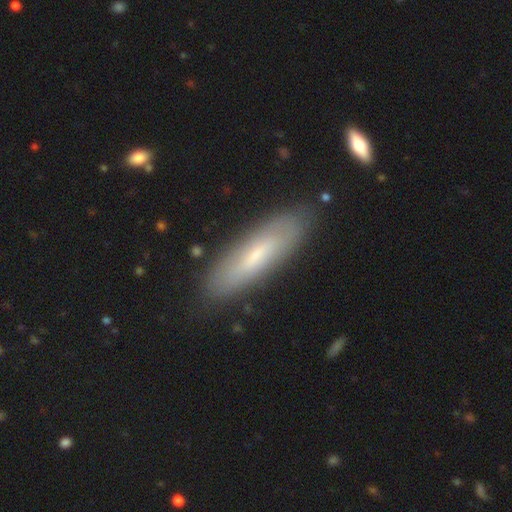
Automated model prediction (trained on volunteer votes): A smooth galaxy with no disk features (56%) that is cigar-shaped (61%). Merging: none (85%).